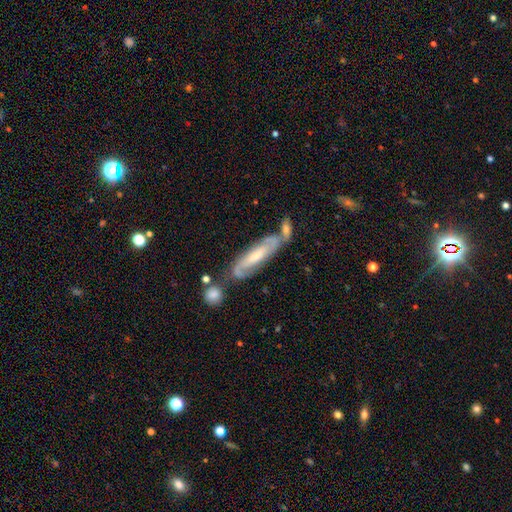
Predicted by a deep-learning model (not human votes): Smooth or featured? Predicted: featured or disk (p=0.74). Edge-on disk? Predicted: no (p=0.74). Bar? Predicted: weak (p=0.39, tied with no). Spiral arms? Predicted: yes (p=0.91). Bulge size? Predicted: moderate (p=0.46). Merging? Predicted: none (p=0.59).